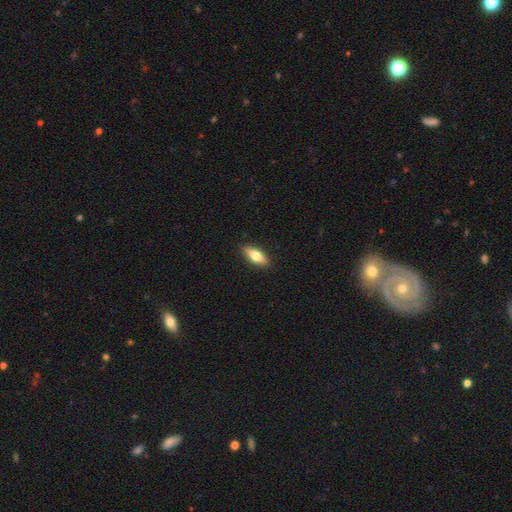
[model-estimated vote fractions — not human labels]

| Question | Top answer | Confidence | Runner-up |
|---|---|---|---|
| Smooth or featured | smooth | 61% | featured or disk (33%) |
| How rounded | in between | 67% | cigar-shaped (30%) |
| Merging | none | 90% | minor disturbance (8%) |